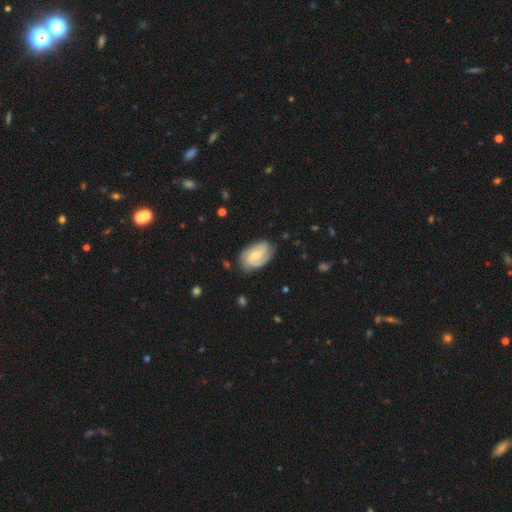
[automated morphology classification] A featured or disk galaxy (74%) with no bar (44%), 2 (60%) medium (43%) spiral arms (94%) and a small central bulge (60%). Merging: none (71%).